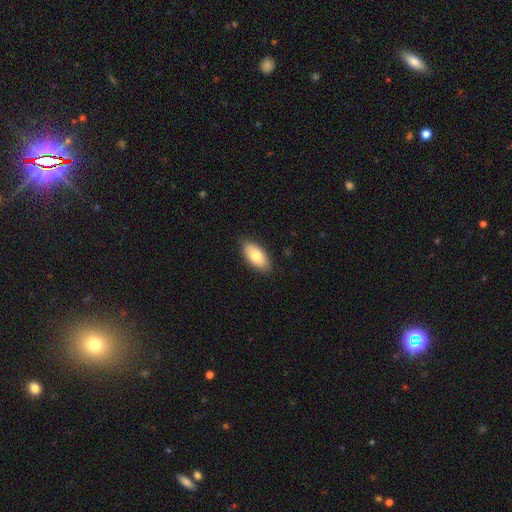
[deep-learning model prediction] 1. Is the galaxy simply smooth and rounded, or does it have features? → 75% smooth, 18% featured or disk, 6% star or artifact.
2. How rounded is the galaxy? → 92% in between, 5% cigar-shaped, 3% round.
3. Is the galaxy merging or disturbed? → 87% none, 10% minor disturbance, 2% major disturbance, 1% merger.